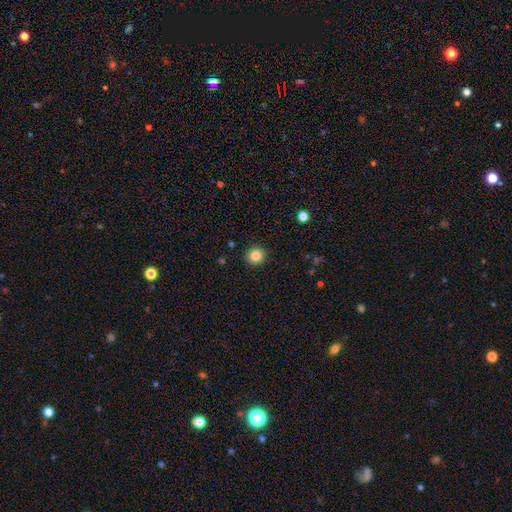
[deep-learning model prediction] Morphology: type=smooth (84%); roundness=round (92%); merging=none (91%).